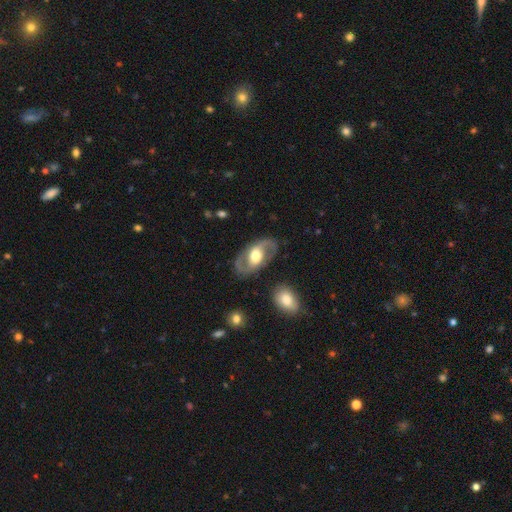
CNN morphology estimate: This is likely a featured or disk galaxy (76%). It is clearly not viewed edge-on (94%). Bar: possibly no (45%). Spiral arm pattern: likely yes (79%). Spiral arm count: clearly 2 (90%). Spiral winding: possibly medium (50%). Central bulge: possibly moderate (57%). Merging: clearly none (81%).